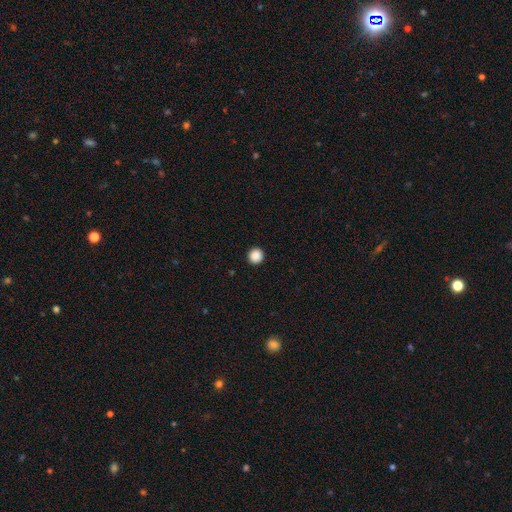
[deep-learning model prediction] Q: Smooth or featured?
A: smooth (88%); runner-up: star or artifact (9%)
Q: How rounded?
A: round (95%); runner-up: in between (4%)
Q: Merging?
A: none (94%); runner-up: minor disturbance (4%)